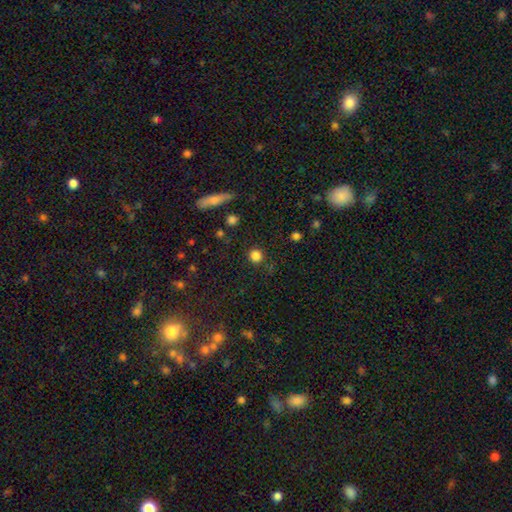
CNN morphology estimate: A smooth galaxy with no disk features (83%) that is round (93%).

Vote fractions:
- Smooth or featured? smooth: 83% / star or artifact: 12% / featured or disk: 4%
- How rounded? round: 93% / in between: 6% / cigar-shaped: 1%
- Merging? none: 89% / minor disturbance: 7% / major disturbance: 3% / merger: 2%